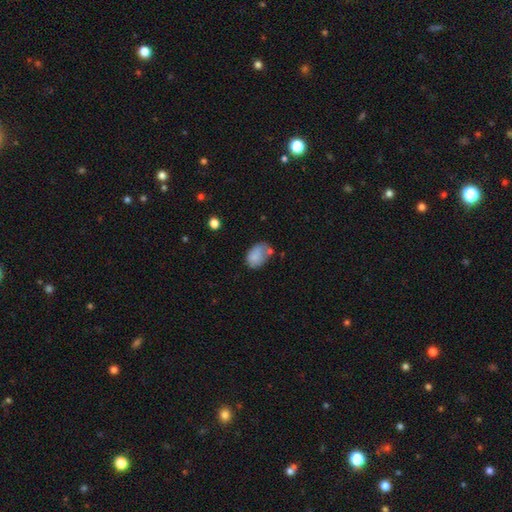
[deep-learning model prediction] smooth_or_featured: smooth (p=0.79) [alt: featured or disk p=0.12]
how_rounded: in between (p=0.81) [alt: round p=0.18]
merging: none (p=0.42) [alt: minor disturbance p=0.28]